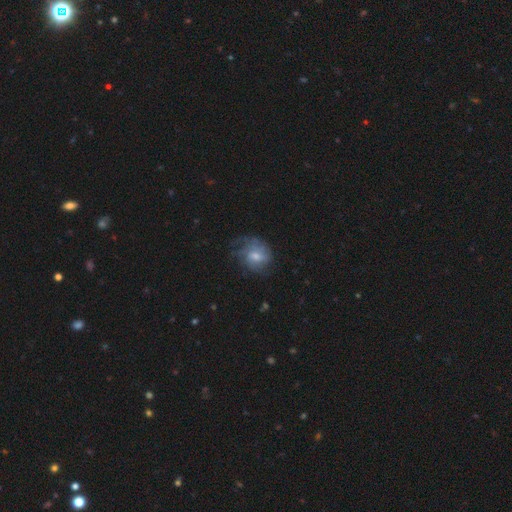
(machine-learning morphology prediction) This is possibly a featured or disk galaxy (52%). It is clearly not viewed edge-on (97%). Merging: possibly none (47%).